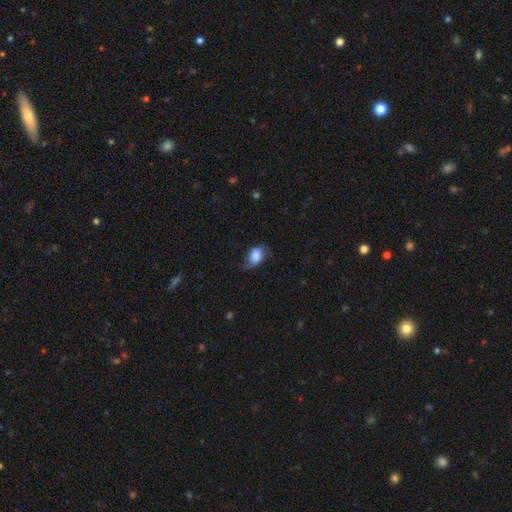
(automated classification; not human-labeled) smooth 75%, featured or disk 17%, star or artifact 8%. Down the decision tree: how rounded — in between (85%); merging — none (54%).